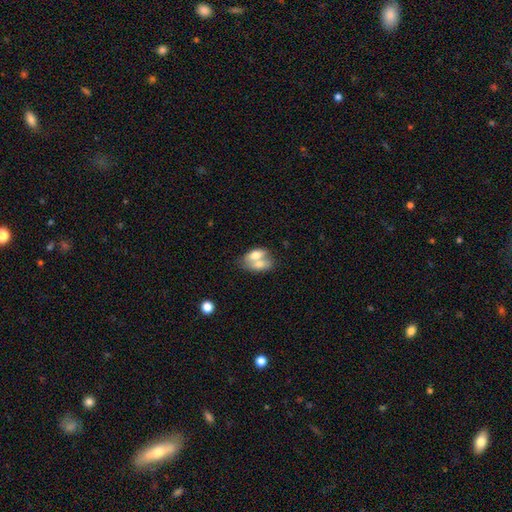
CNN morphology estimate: Smooth or featured? Predicted: smooth (p=0.68). How rounded? Predicted: in between (p=0.85). Merging? Predicted: merger (p=0.71).